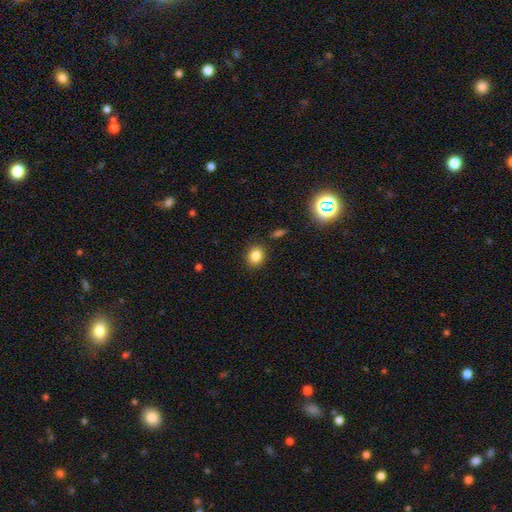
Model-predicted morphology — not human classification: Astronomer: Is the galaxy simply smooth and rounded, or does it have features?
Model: smooth — 83%.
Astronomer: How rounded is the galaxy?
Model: round — 69%.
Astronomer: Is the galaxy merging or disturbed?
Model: none — 86%.